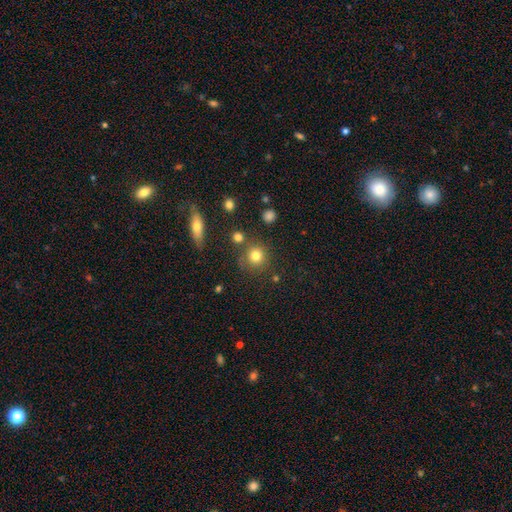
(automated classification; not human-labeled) A smooth galaxy with no disk features (79%) that is round (90%). Merging: none (78%).